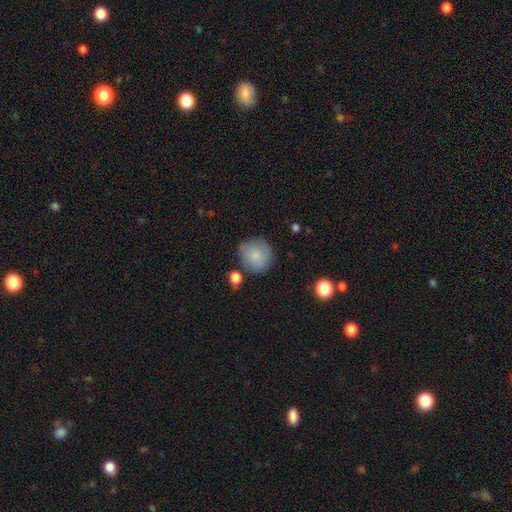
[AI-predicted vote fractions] This is likely a smooth galaxy (79%). How rounded: clearly round (89%). Merging: likely none (67%).